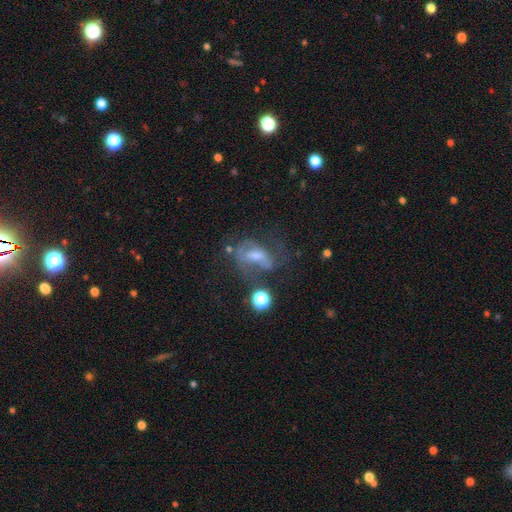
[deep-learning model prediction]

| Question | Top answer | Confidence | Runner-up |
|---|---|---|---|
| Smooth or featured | featured or disk | 58% | smooth (25%) |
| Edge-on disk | no | 92% | yes (8%) |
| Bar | no | 45% | weak (37%) |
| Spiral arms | yes | 54% | no (46%) |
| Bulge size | moderate | 42% | small (37%) |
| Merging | none | 37% | major disturbance (34%) |